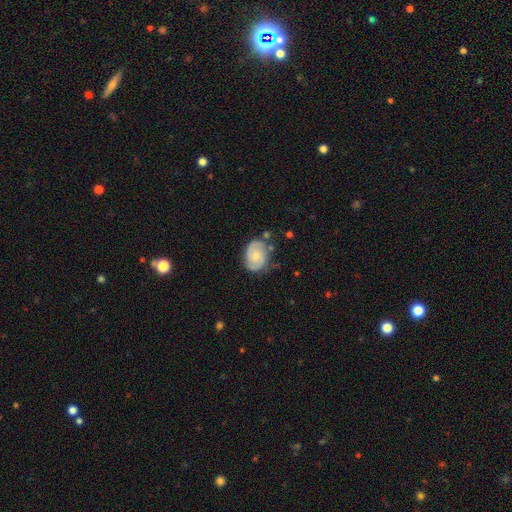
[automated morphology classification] Overall: featured or disk (73%). Edge-on disk: no (98%). Bar: no (68%). Spiral arms: yes (93%). Spiral arm count: 2 (84%). Spiral winding: tight (44%; medium 43%). Bulge size: small (51%; moderate 41%). Merging: none (72%).